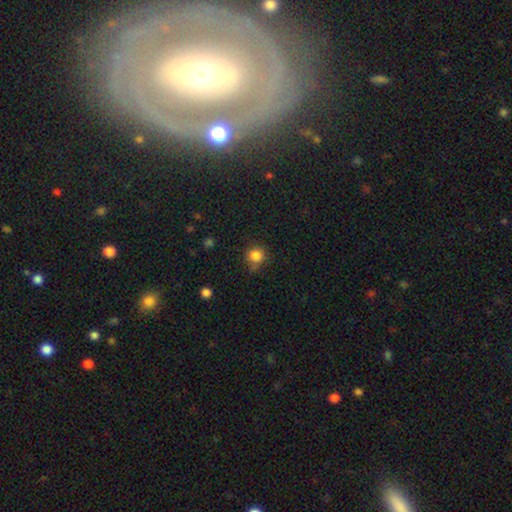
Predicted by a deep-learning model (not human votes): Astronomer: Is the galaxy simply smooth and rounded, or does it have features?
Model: smooth — 83%.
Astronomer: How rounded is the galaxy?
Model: round — 89%.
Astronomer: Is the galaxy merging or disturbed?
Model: none — 71%.